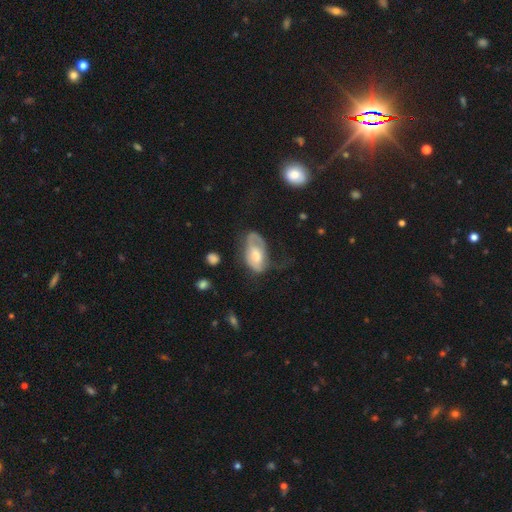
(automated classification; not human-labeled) This appears to be a featured or disk galaxy (50%). Merging: major disturbance (36%).